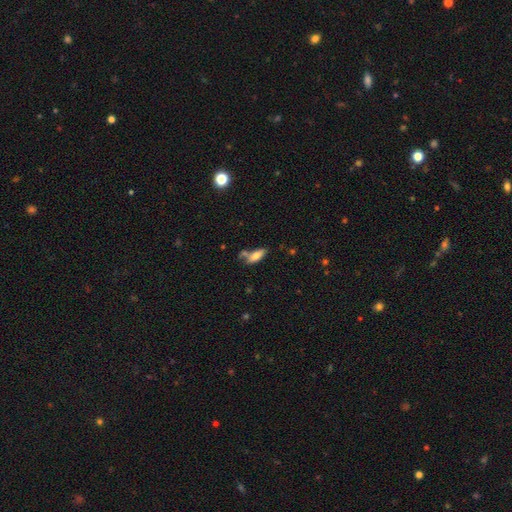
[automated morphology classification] smooth-or-featured: smooth: 73% | featured or disk: 19% | star or artifact: 8%
  how-rounded: in between: 71% | cigar-shaped: 27% | round: 2%
  merging: none: 51% | merger: 23% | minor disturbance: 19% | major disturbance: 6%